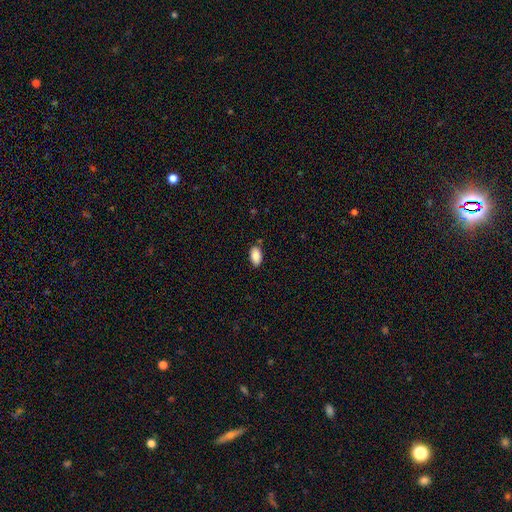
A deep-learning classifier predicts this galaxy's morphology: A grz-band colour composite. It shows a smooth galaxy with no disk features (89%) that is in between round and cigar-shaped (93%). Merging: none (81%).